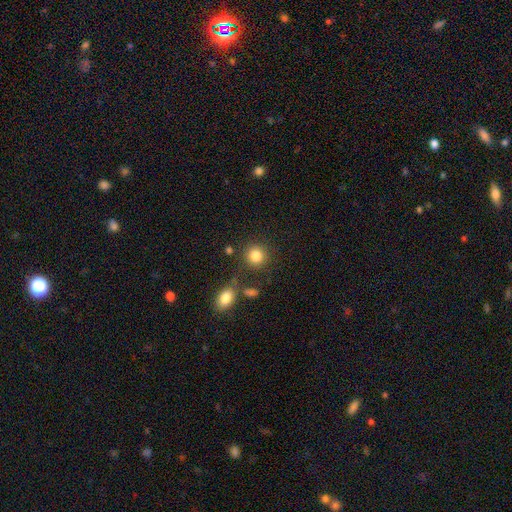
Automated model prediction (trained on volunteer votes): This appears to be a smooth galaxy with no disk features (85%) that is round (87%). Merging: none (81%).